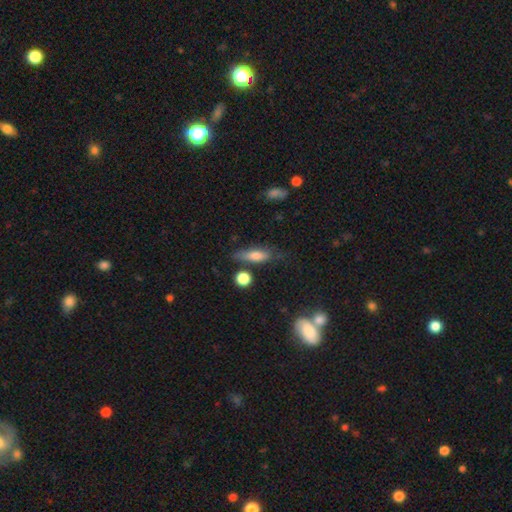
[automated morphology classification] Smooth or featured? Predicted: smooth (p=0.68). How rounded? Predicted: cigar-shaped (p=0.53). Merging? Predicted: none (p=0.65).